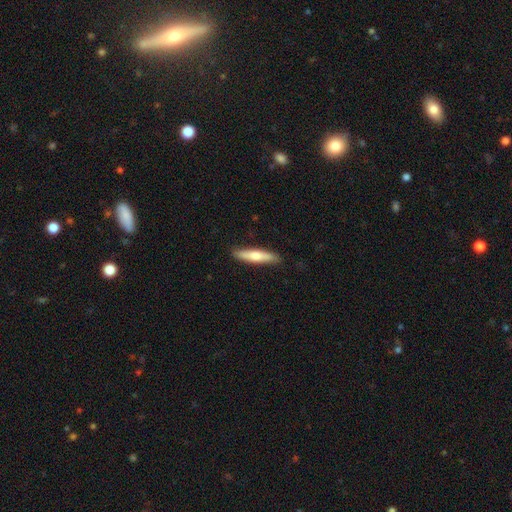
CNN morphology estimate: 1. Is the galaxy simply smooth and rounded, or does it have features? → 63% smooth, 32% featured or disk, 5% star or artifact.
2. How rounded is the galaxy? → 84% cigar-shaped, 14% in between, 1% round.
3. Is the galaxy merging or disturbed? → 87% none, 10% minor disturbance, 2% major disturbance, 1% merger.